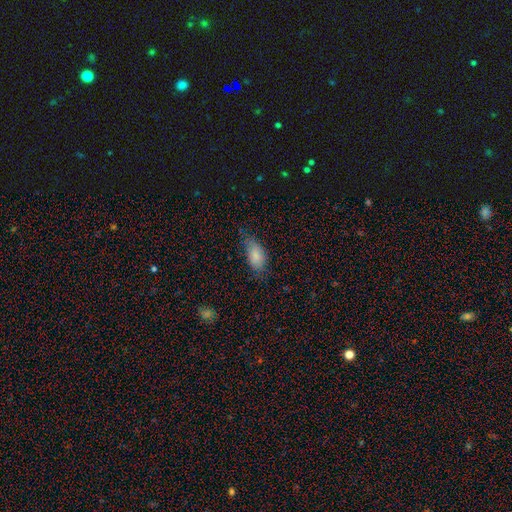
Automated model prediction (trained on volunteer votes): Overall: smooth (82%). How rounded: in between (90%). Merging: none (54%; minor disturbance 34%).